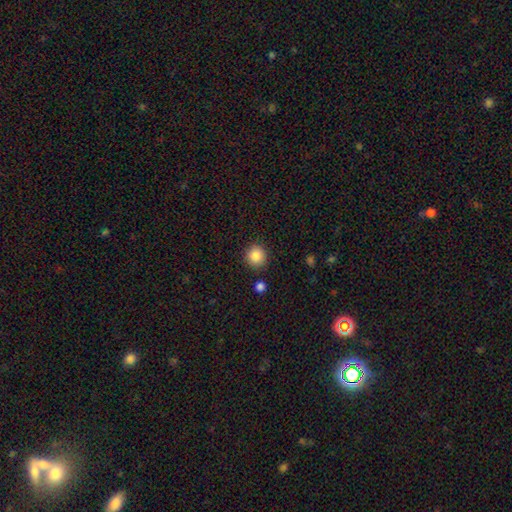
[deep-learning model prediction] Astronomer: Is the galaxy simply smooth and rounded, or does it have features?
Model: smooth — 87%.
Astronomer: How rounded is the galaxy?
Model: round — 93%.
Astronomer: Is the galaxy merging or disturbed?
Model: none — 89%.